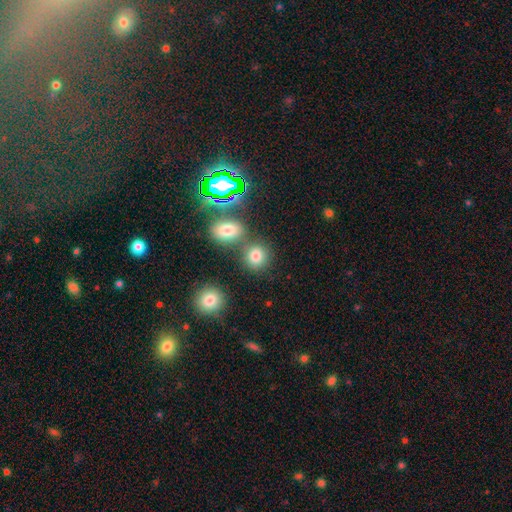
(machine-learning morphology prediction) Q: Smooth or featured?
A: smooth (76%); runner-up: star or artifact (17%)
Q: How rounded?
A: round (81%); runner-up: in between (18%)
Q: Merging?
A: none (69%); runner-up: merger (18%)